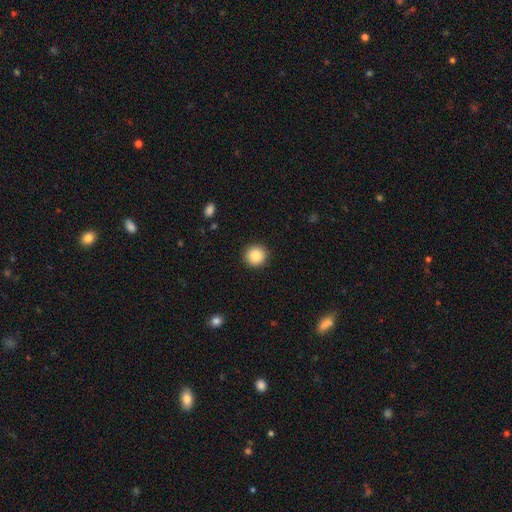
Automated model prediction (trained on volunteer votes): Overall: smooth (88%). How rounded: round (93%). Merging: none (92%).